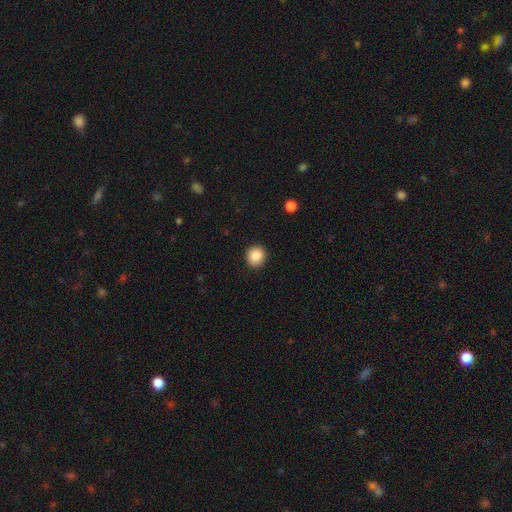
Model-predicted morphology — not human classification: Q: Smooth or featured?
A: smooth (87%); runner-up: star or artifact (9%)
Q: How rounded?
A: round (88%); runner-up: in between (11%)
Q: Merging?
A: none (91%); runner-up: minor disturbance (6%)